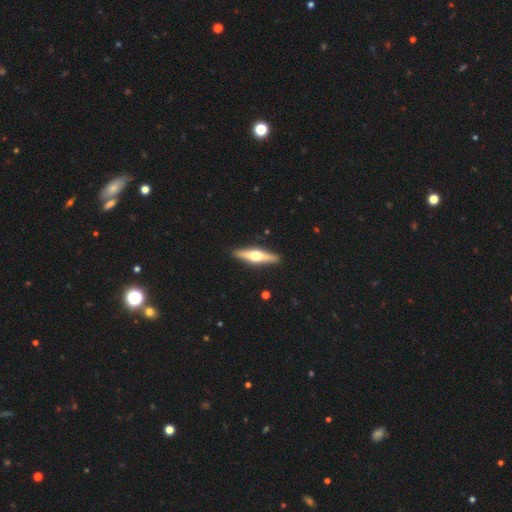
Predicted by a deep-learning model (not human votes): A featured or disk galaxy (66%) viewed edge-on (96%) with a rounded central bulge (95%).

Vote fractions:
- Smooth or featured? featured or disk: 66% / smooth: 29% / star or artifact: 5%
- Edge-on disk? yes: 96% / no: 4%
- Edge-on bulge? rounded: 95% / boxy: 3% / none: 2%
- Merging? none: 91% / minor disturbance: 7% / major disturbance: 1% / merger: 1%